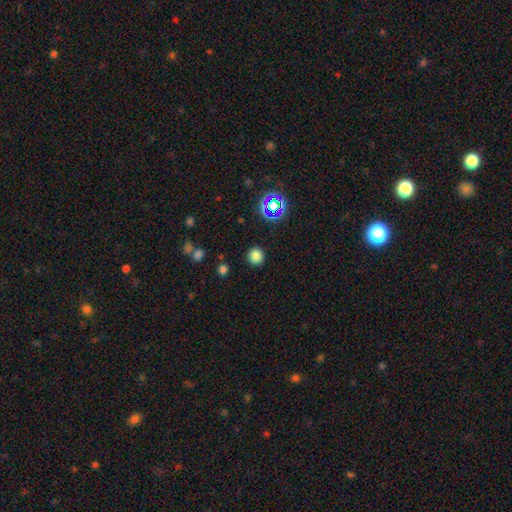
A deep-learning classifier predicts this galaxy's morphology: Smooth or featured: smooth — 79% (star or artifact — 16%)
How rounded: round — 92% (in between — 7%)
Merging: none — 89% (minor disturbance — 7%)